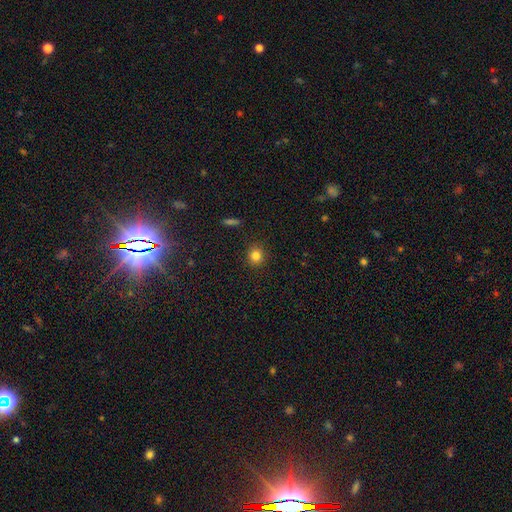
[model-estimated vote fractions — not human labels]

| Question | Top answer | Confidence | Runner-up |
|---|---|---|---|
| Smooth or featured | smooth | 81% | star or artifact (13%) |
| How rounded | round | 89% | in between (10%) |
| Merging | none | 90% | minor disturbance (7%) |